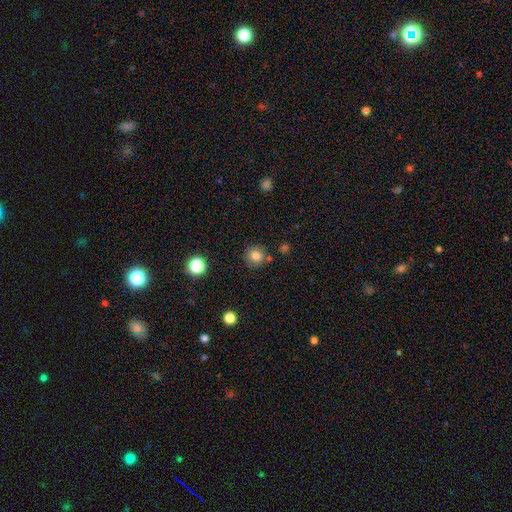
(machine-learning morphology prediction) smooth-or-featured: smooth: 81% | star or artifact: 12% | featured or disk: 7%
  how-rounded: round: 91% | in between: 8% | cigar-shaped: 1%
  merging: none: 82% | minor disturbance: 9% | merger: 6% | major disturbance: 3%